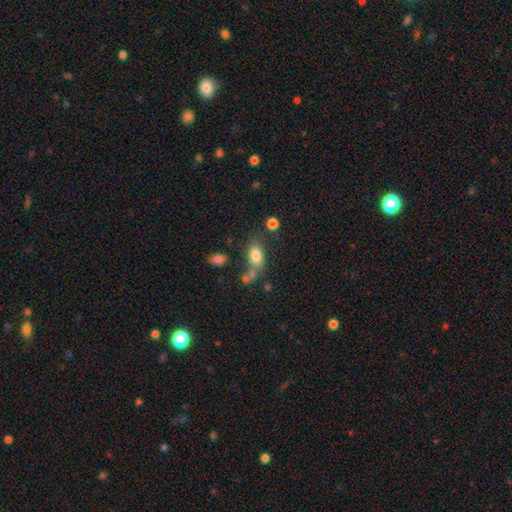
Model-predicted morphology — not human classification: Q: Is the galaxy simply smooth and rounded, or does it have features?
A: smooth — 80%.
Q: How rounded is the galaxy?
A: in between — 86%.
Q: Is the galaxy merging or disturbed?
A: none — 58%.